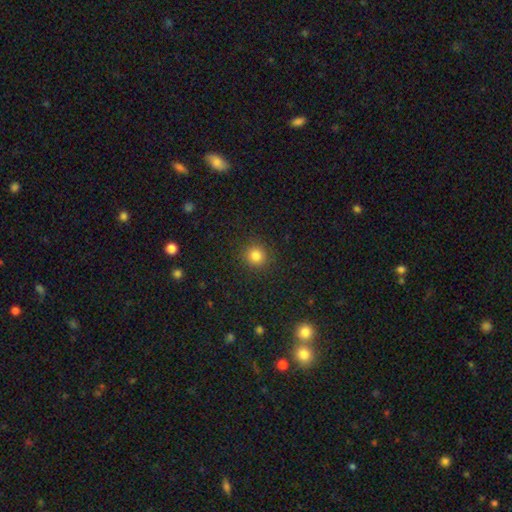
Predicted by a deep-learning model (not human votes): A smooth galaxy with no disk features (83%) that is round (92%). Merging: none (90%).